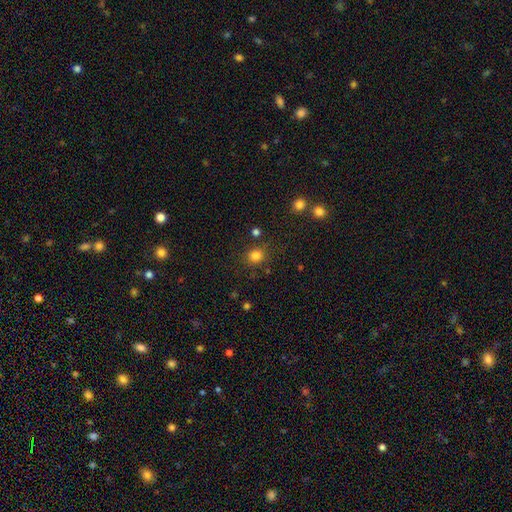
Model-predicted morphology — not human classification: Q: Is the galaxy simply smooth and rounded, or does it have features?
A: smooth — 82%.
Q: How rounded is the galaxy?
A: round — 79%.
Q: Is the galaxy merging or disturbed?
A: none — 80%.